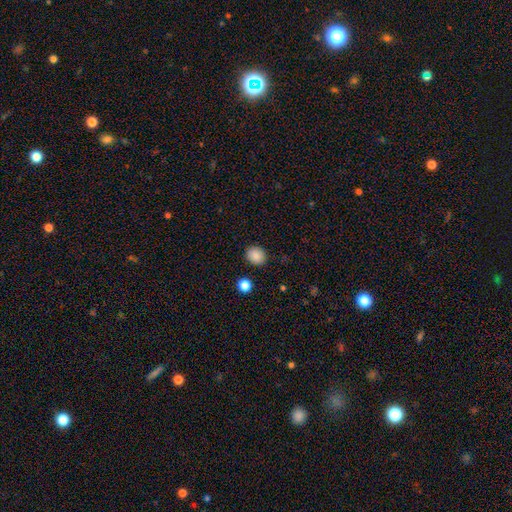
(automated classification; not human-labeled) A smooth galaxy with no disk features (87%) that is round (72%). Merging: none (90%).